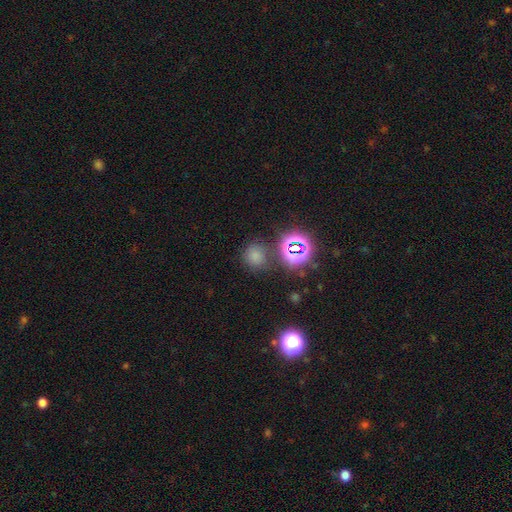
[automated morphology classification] Smooth or featured: smooth — 64% (star or artifact — 29%)
How rounded: round — 80% (in between — 19%)
Merging: none — 74% (minor disturbance — 13%)